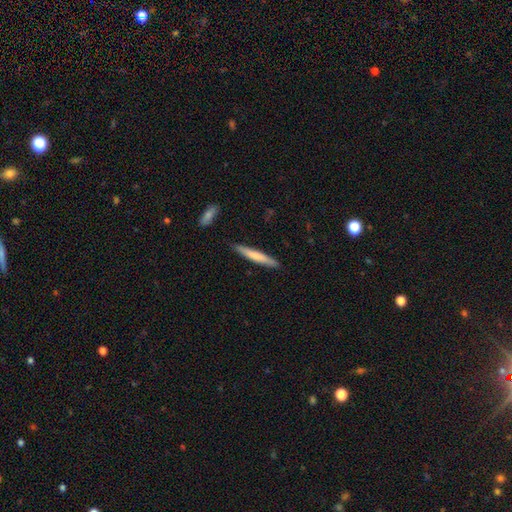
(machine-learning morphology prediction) type=smooth (69%); roundness=cigar-shaped (95%); merging=none (88%).